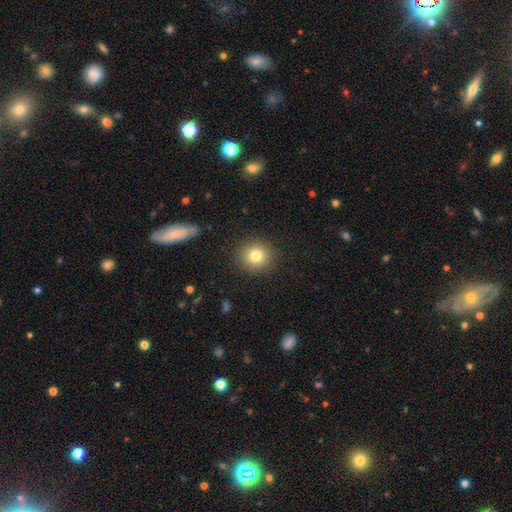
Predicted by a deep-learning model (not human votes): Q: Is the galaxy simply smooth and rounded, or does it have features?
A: smooth — 80%.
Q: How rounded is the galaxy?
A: round — 91%.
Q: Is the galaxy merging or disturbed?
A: none — 90%.